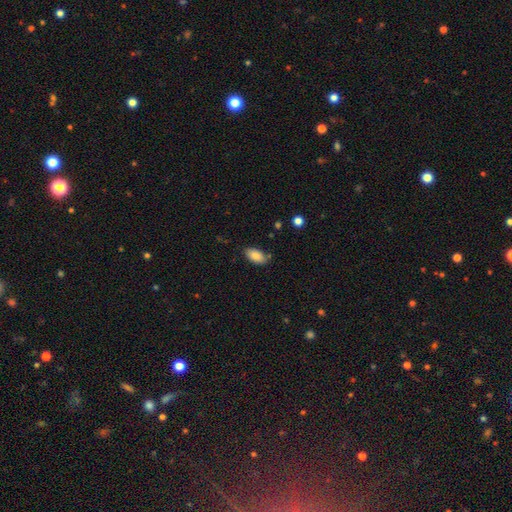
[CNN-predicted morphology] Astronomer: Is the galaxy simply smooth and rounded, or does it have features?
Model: smooth — 87%.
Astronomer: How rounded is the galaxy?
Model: in between — 93%.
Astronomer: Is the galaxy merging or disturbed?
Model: none — 78%.